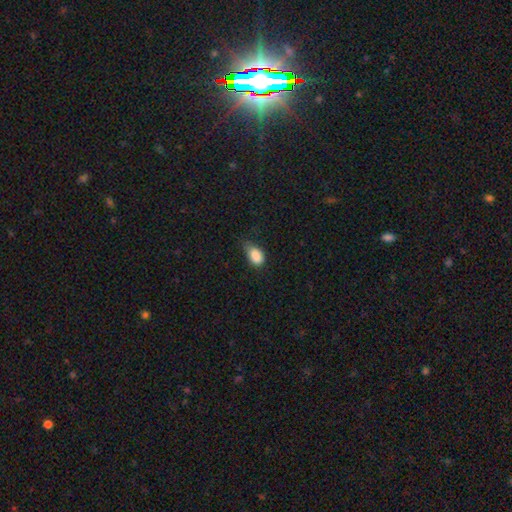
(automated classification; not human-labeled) Smooth or featured?
  - smooth: 87% *
  - star or artifact: 9%
  - featured or disk: 5%
How rounded?
  - in between: 86% *
  - round: 12%
  - cigar-shaped: 2%
Merging?
  - minor disturbance: 43% *
  - none: 42%
  - major disturbance: 13%
  - merger: 2%